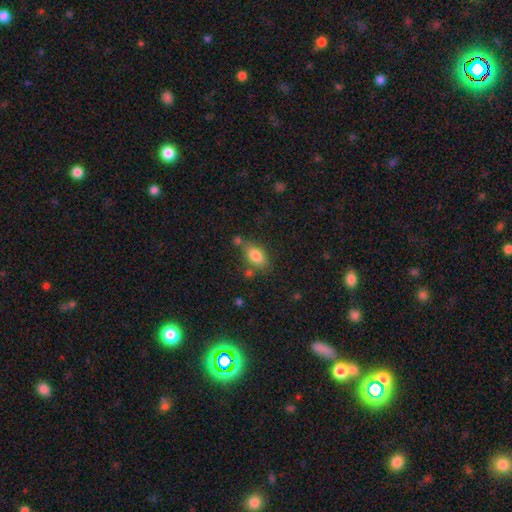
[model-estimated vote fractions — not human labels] A smooth galaxy with no disk features (82%) that is in between round and cigar-shaped (88%). Merging: none (66%).